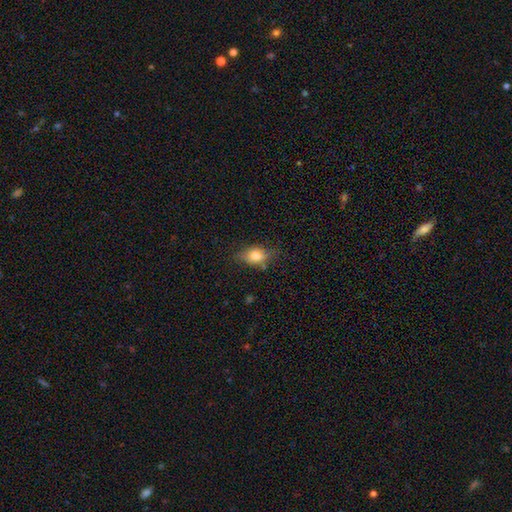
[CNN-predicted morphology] A smooth galaxy with no disk features (74%) that is in between round and cigar-shaped (78%). Merging: none (70%).